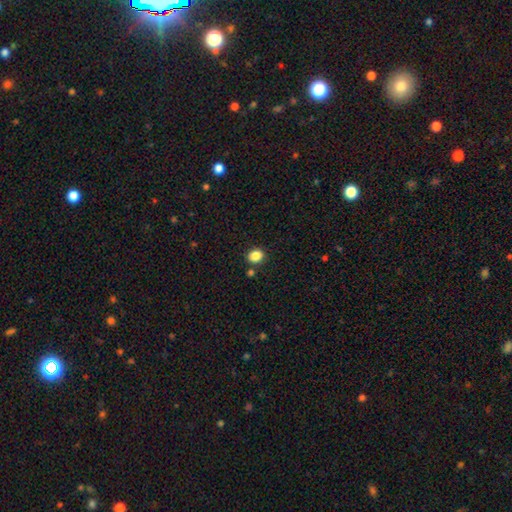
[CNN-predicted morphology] The model was most divided on "how rounded": round: 63%, in between: 36%, cigar-shaped: 1%. More confident: smooth or featured — smooth (85%); merging — none (84%).